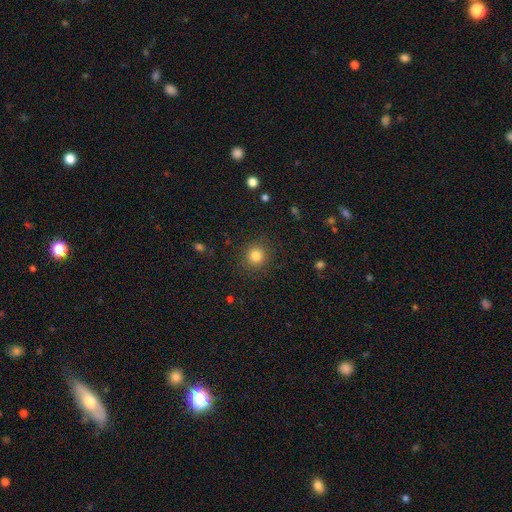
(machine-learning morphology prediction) Overall: smooth (82%). How rounded: round (91%). Merging: none (89%).